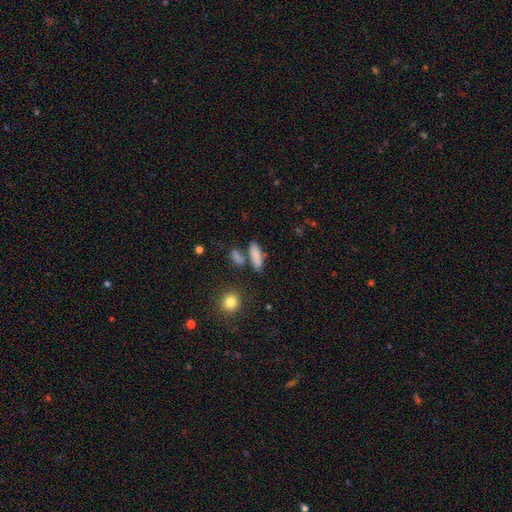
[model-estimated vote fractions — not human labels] Smooth or featured?
  - smooth: 81% *
  - featured or disk: 11%
  - star or artifact: 9%
How rounded?
  - in between: 55% *
  - cigar-shaped: 40%
  - round: 5%
Merging?
  - none: 67% *
  - merger: 15%
  - minor disturbance: 13%
  - major disturbance: 5%